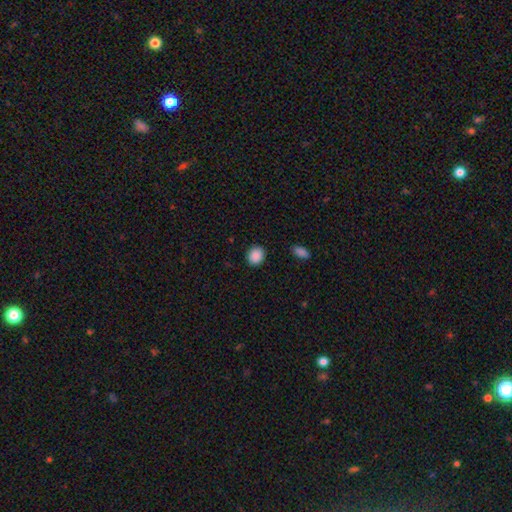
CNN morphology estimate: This appears to be a smooth galaxy with no disk features (89%) that is round (68%). Merging: none (89%).